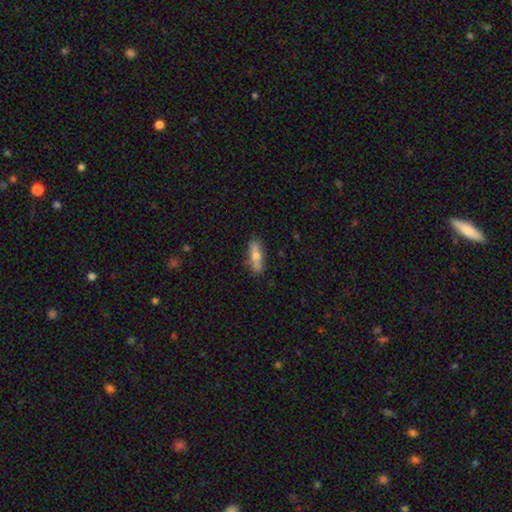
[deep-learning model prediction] Smooth or featured? smooth (62%)
How rounded? cigar-shaped (53%)
Merging? none (76%)